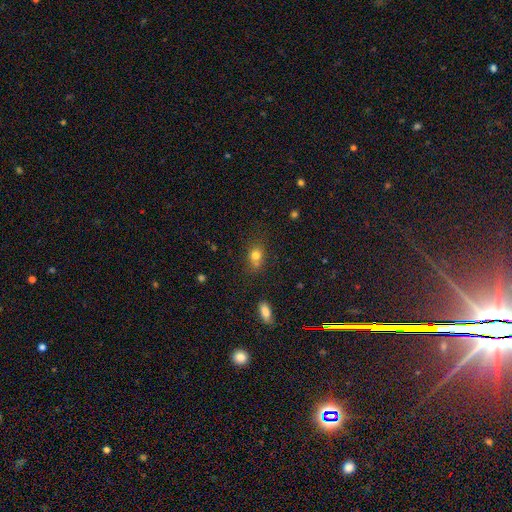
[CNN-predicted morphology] This is likely a smooth galaxy (78%). How rounded: possibly round (56%). Merging: possibly none (59%).